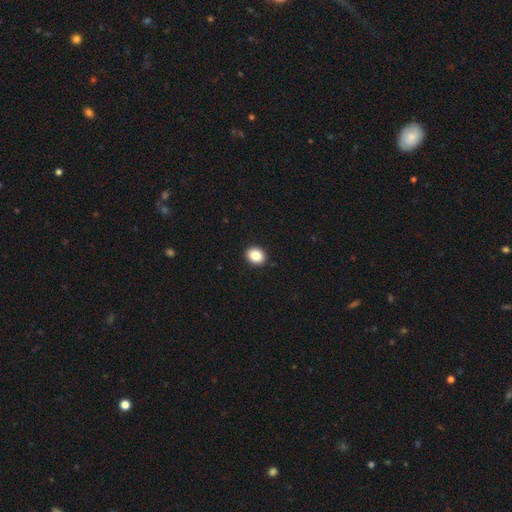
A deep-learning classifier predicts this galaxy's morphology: smooth-or-featured: smooth: 86% | star or artifact: 9% | featured or disk: 5%
  how-rounded: round: 60% | in between: 39% | cigar-shaped: 1%
  merging: none: 92% | minor disturbance: 5% | major disturbance: 1% | merger: 1%